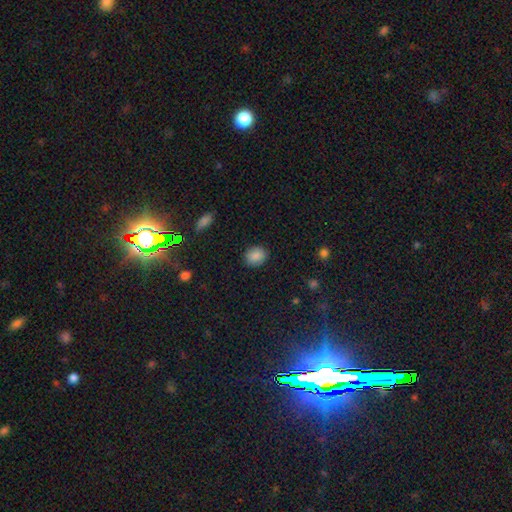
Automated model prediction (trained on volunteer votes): A smooth galaxy with no disk features (87%) that is round (66%). Merging: none (89%).